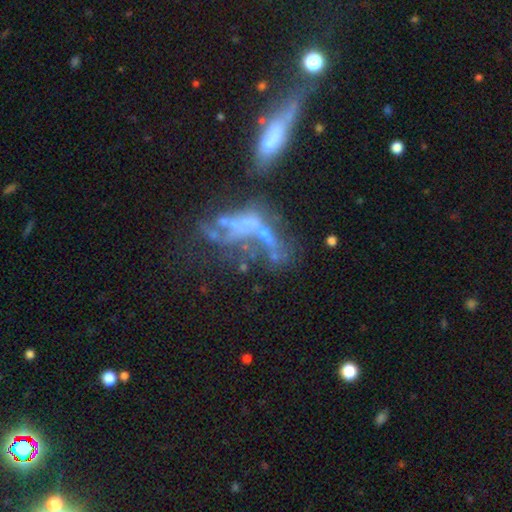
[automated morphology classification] A featured or disk galaxy (52%).

Vote fractions:
- Smooth or featured? featured or disk: 52% / star or artifact: 28% / smooth: 20%
- Edge-on disk? no: 75% / yes: 25%
- Merging? merger: 45% / major disturbance: 25% / none: 20% / minor disturbance: 10%